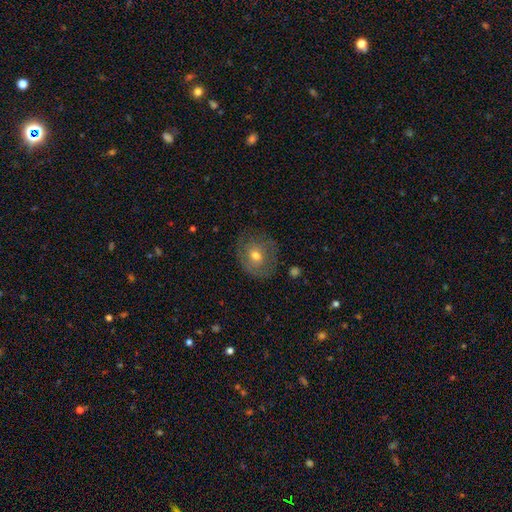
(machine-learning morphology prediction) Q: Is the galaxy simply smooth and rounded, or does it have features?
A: smooth — 50%.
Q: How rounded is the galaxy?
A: round — 69%.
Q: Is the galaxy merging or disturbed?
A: none — 71%.